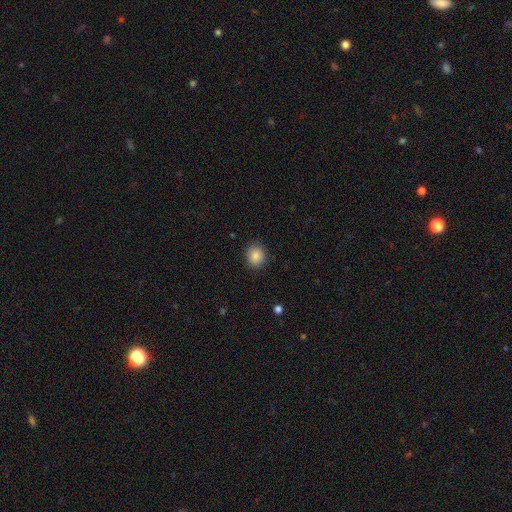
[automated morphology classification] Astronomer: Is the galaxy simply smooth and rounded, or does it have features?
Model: smooth — 85%.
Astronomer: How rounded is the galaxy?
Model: round — 80%.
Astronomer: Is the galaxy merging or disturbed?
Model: none — 89%.